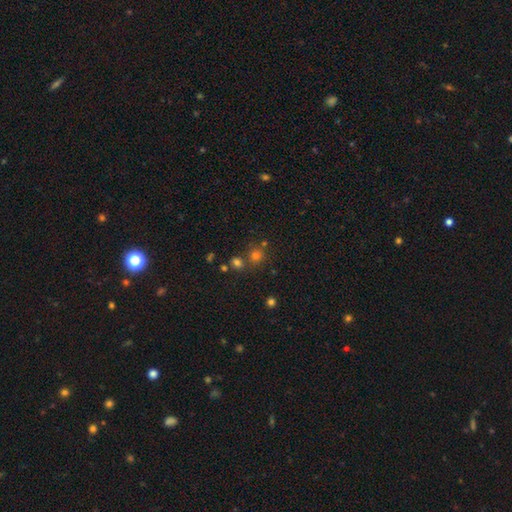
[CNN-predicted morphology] smooth_or_featured: smooth (p=0.58) [alt: star or artifact p=0.33]
how_rounded: round (p=0.89) [alt: in between p=0.10]
merging: none (p=0.70) [alt: merger p=0.19]